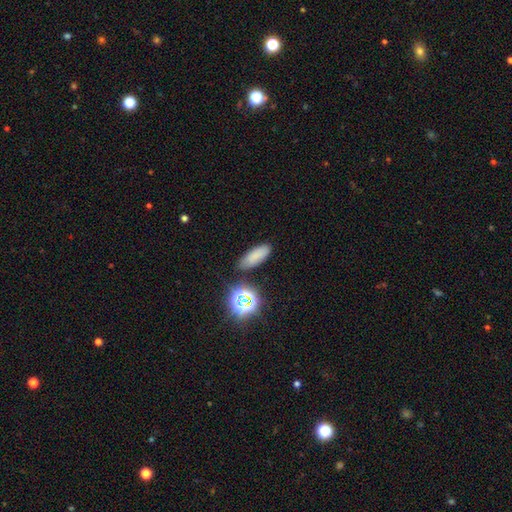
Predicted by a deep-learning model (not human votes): Morphology: type=smooth (76%); roundness=in between (66%); merging=none (83%).